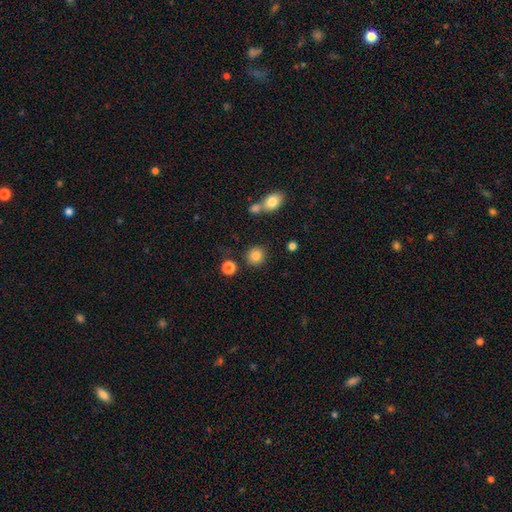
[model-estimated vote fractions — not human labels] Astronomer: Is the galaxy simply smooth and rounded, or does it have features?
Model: smooth — 85%.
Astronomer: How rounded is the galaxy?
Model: round — 88%.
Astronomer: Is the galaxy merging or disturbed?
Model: none — 83%.